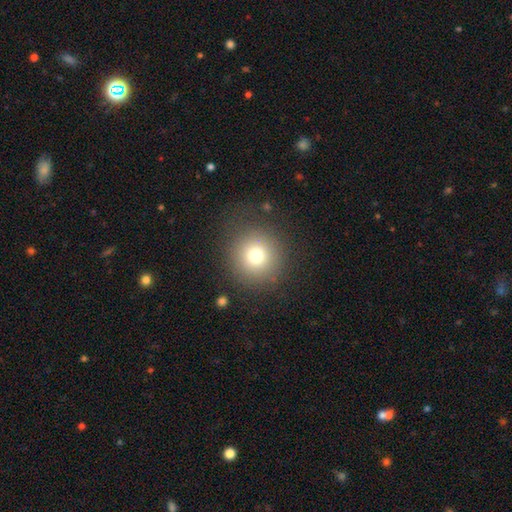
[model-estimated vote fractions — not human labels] A smooth galaxy with no disk features (75%) that is round (93%).

Vote fractions:
- Smooth or featured? smooth: 75% / star or artifact: 14% / featured or disk: 11%
- How rounded? round: 93% / in between: 6% / cigar-shaped: 1%
- Merging? none: 84% / minor disturbance: 9% / major disturbance: 5% / merger: 2%